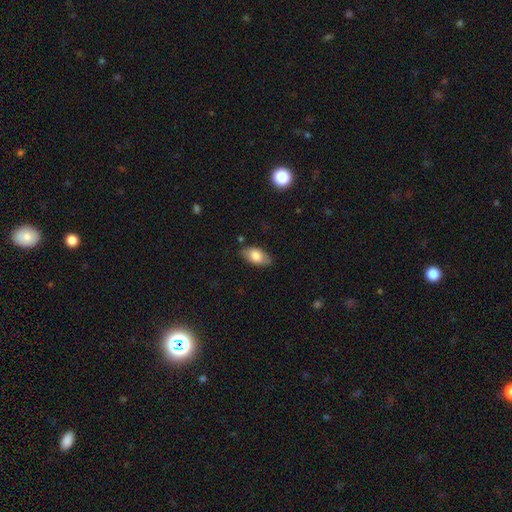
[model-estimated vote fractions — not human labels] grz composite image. It shows a smooth galaxy with no disk features (80%) that is in between round and cigar-shaped (93%). Merging: none (80%).